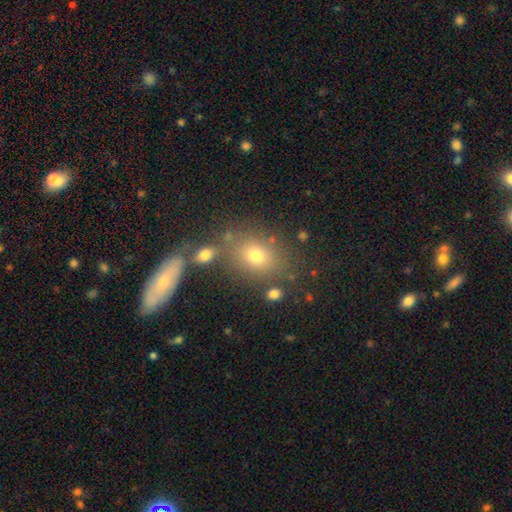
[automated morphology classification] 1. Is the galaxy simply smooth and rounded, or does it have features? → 68% smooth, 17% featured or disk, 15% star or artifact.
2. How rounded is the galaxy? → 55% in between, 42% round, 3% cigar-shaped.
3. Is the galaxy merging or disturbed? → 68% none, 15% merger, 12% minor disturbance, 5% major disturbance.